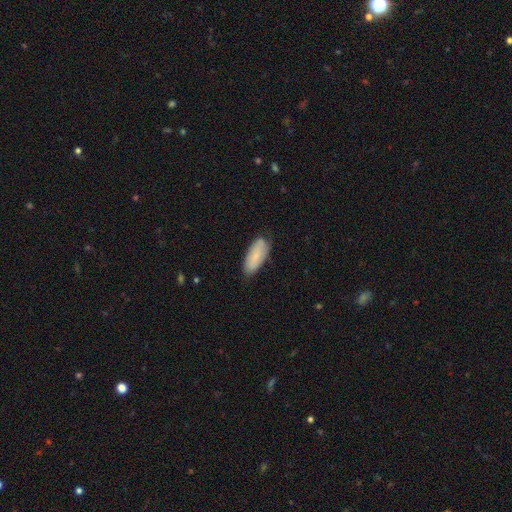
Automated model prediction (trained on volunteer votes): Smooth or featured: smooth — 79% (featured or disk — 15%)
How rounded: in between — 83% (cigar-shaped — 15%)
Merging: none — 79% (minor disturbance — 17%)